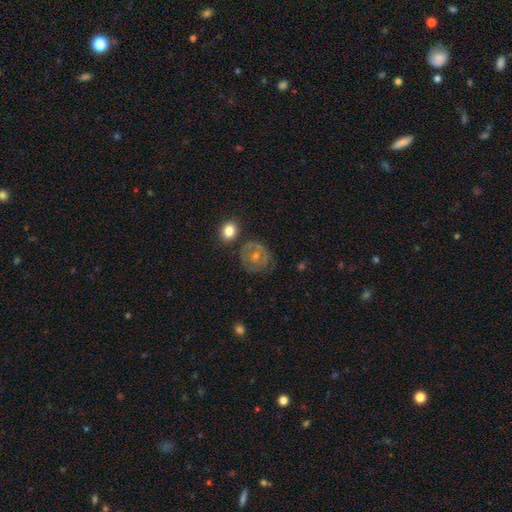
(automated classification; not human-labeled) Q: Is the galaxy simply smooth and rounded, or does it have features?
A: smooth — 49%.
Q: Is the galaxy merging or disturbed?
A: none — 69%.